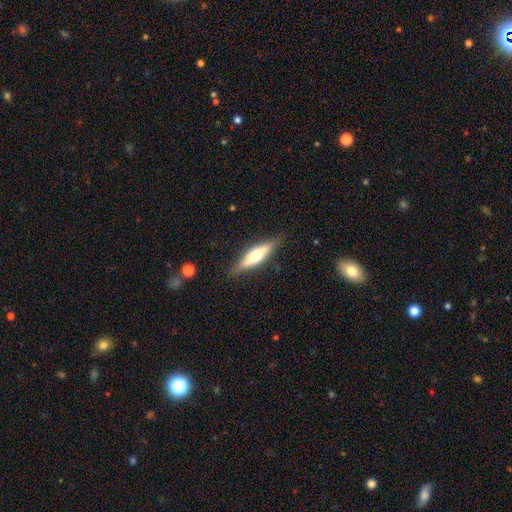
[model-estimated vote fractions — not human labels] A featured or disk galaxy (48%).

Vote fractions:
- Smooth or featured? featured or disk: 48% / smooth: 46% / star or artifact: 6%
- Merging? none: 84% / minor disturbance: 12% / major disturbance: 3% / merger: 1%